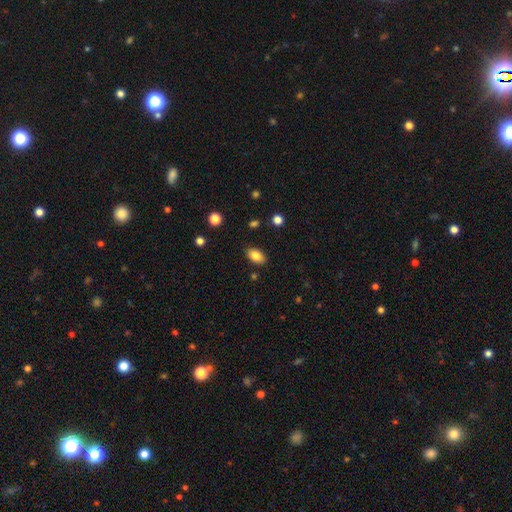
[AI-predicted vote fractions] smooth_or_featured: smooth (p=0.83) [alt: star or artifact p=0.08]
how_rounded: in between (p=0.90) [alt: round p=0.08]
merging: none (p=0.86) [alt: minor disturbance p=0.10]